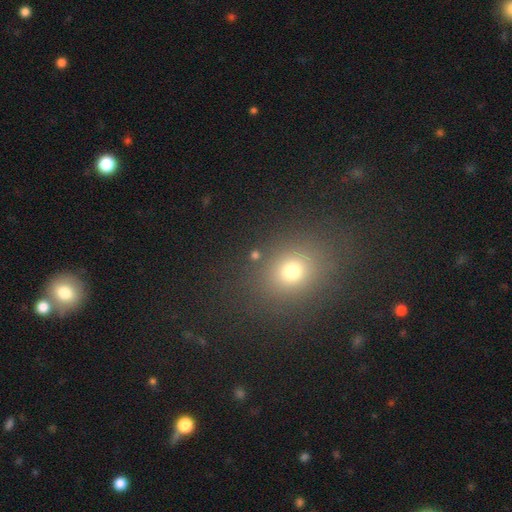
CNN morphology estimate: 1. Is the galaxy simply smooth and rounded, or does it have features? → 70% smooth, 23% star or artifact, 8% featured or disk.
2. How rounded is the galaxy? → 68% round, 30% in between, 2% cigar-shaped.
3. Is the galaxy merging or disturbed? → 81% none, 9% minor disturbance, 6% merger, 4% major disturbance.